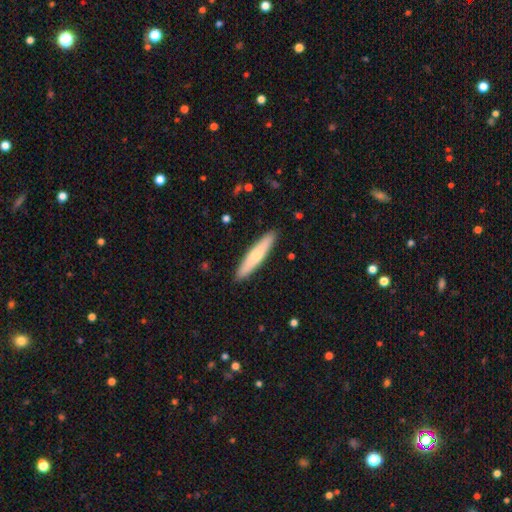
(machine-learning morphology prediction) This appears to be a smooth galaxy with no disk features (67%) that is cigar-shaped (89%). Merging: none (91%).